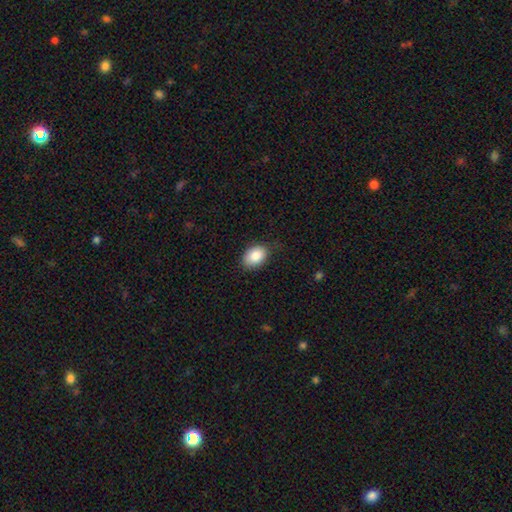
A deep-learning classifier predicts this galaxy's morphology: A smooth galaxy with no disk features (86%) that is in between round and cigar-shaped (82%).

Vote fractions:
- Smooth or featured? smooth: 86% / star or artifact: 8% / featured or disk: 6%
- How rounded? in between: 82% / round: 17% / cigar-shaped: 1%
- Merging? none: 75% / minor disturbance: 20% / major disturbance: 4% / merger: 1%